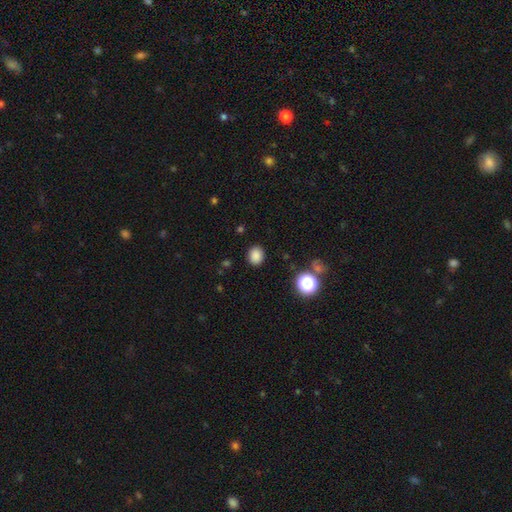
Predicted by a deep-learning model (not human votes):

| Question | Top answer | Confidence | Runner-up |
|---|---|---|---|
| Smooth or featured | smooth | 84% | star or artifact (13%) |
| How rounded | round | 61% | in between (38%) |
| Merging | none | 88% | minor disturbance (8%) |